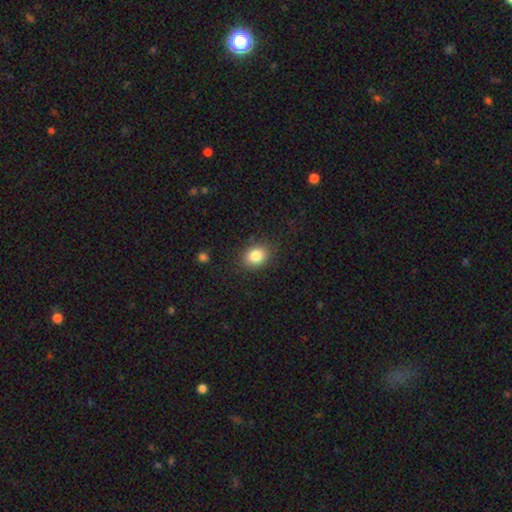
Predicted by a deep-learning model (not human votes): Smooth or featured? smooth (84%)
How rounded? in between (52%)
Merging? none (84%)